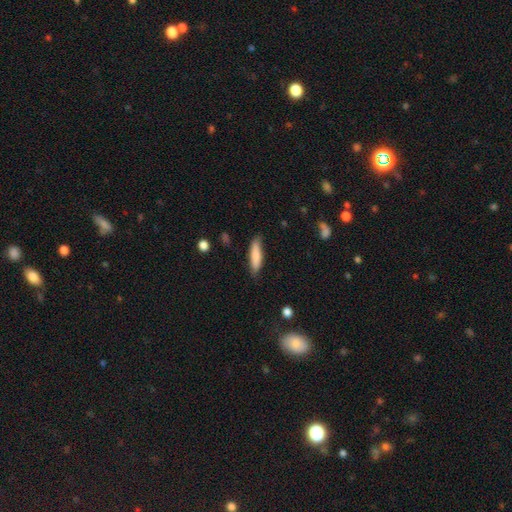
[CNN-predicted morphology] Smooth or featured?
  - smooth: 79% *
  - featured or disk: 15%
  - star or artifact: 6%
How rounded?
  - cigar-shaped: 74% *
  - in between: 25%
  - round: 2%
Merging?
  - none: 82% *
  - minor disturbance: 14%
  - major disturbance: 2%
  - merger: 1%